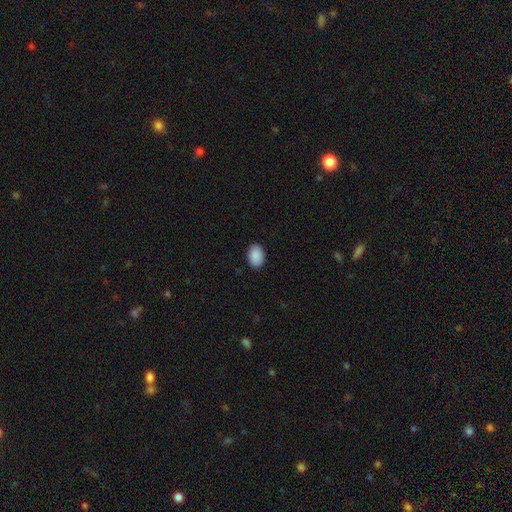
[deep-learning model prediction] smooth_or_featured: smooth (p=0.91) [alt: star or artifact p=0.07]
how_rounded: in between (p=0.82) [alt: round p=0.17]
merging: none (p=0.90) [alt: minor disturbance p=0.07]